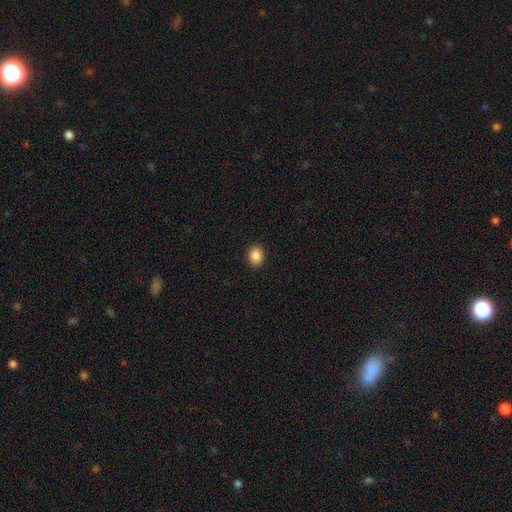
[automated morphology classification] The model was most divided on "how rounded": round: 54%, in between: 45%, cigar-shaped: 1%. More confident: merging — none (91%); smooth or featured — smooth (88%).